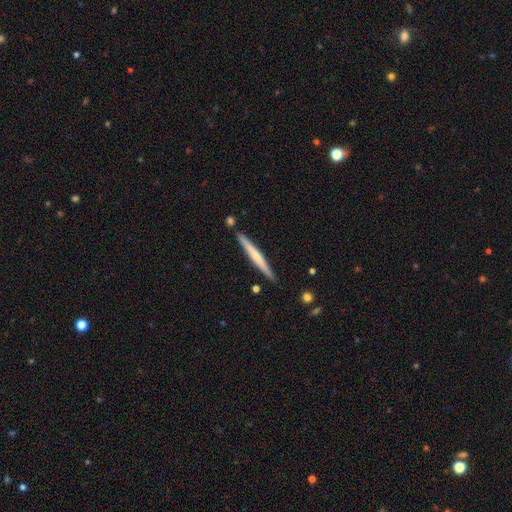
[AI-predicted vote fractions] The model was most divided on "smooth or featured": featured or disk: 49%, smooth: 46%, star or artifact: 5%. More confident: merging — none (87%).